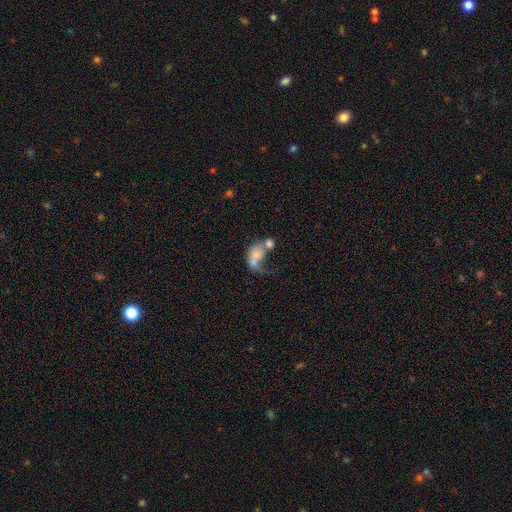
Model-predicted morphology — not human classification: This is possibly a smooth galaxy (56%). How rounded: likely in between (66%). Merging: possibly merger (57%).